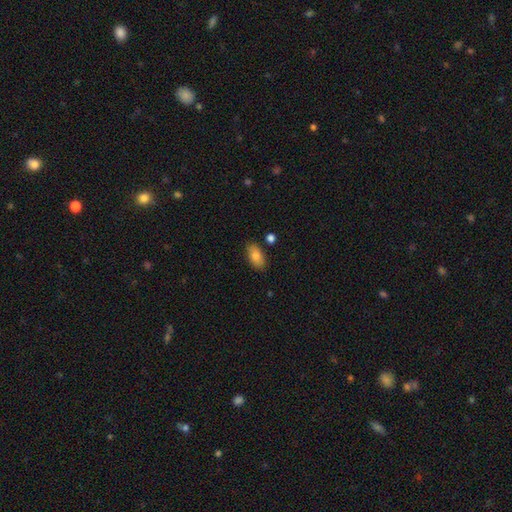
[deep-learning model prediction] Smooth or featured: smooth — 82% (featured or disk — 10%)
How rounded: in between — 92% (round — 4%)
Merging: none — 83% (minor disturbance — 11%)